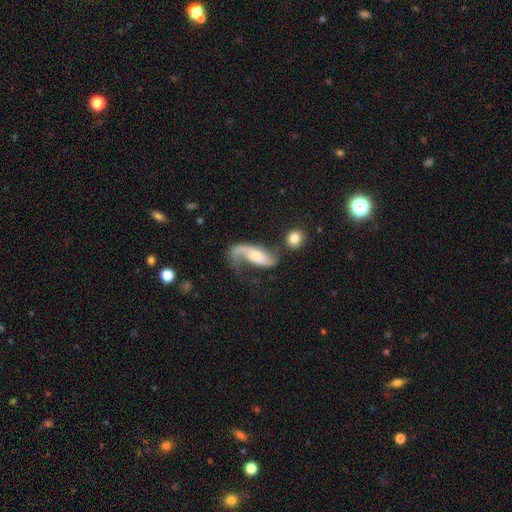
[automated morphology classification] A featured or disk galaxy (76%) with no bar (53%), 2 (53%) loose (74%) spiral arms (92%) and a small central bulge (38%). Merging: major disturbance (35%).